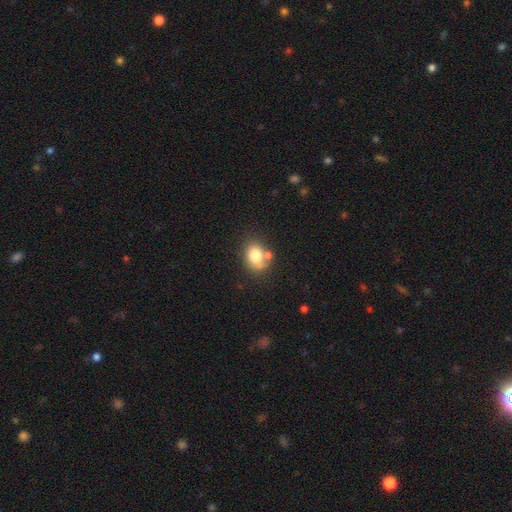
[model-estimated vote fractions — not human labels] Smooth or featured? smooth (76%)
How rounded? in between (55%)
Merging? none (51%)